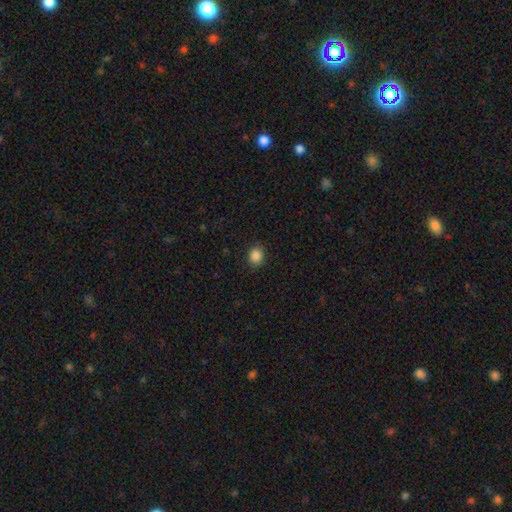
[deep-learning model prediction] A smooth galaxy with no disk features (86%) that is round (66%). Merging: none (86%).